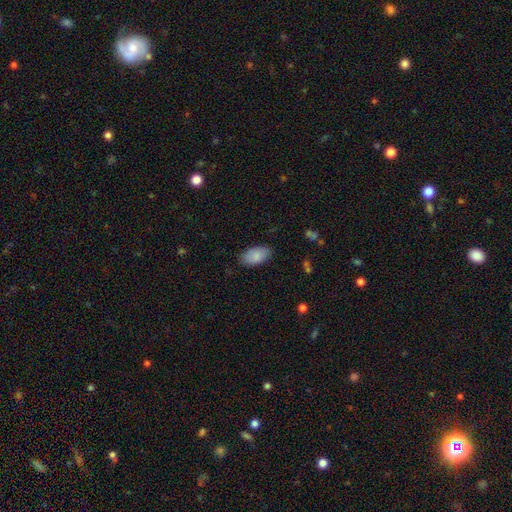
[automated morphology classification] This is clearly a smooth galaxy (87%). How rounded: clearly in between (95%). Merging: clearly none (83%).